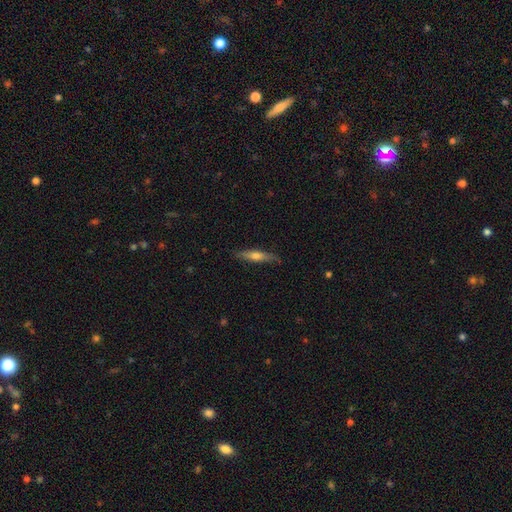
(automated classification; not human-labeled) Smooth or featured: featured or disk — 47% (smooth — 46%)
Merging: none — 84% (minor disturbance — 12%)